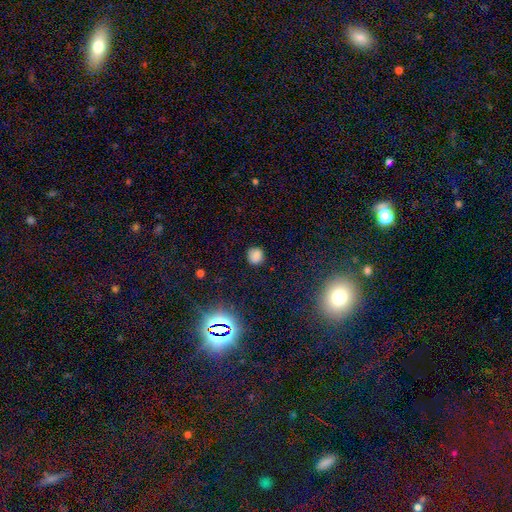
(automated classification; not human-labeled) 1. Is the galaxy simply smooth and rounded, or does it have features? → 78% smooth, 17% star or artifact, 5% featured or disk.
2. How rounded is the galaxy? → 83% round, 15% in between, 1% cigar-shaped.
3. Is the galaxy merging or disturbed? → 85% none, 11% minor disturbance, 3% major disturbance, 1% merger.